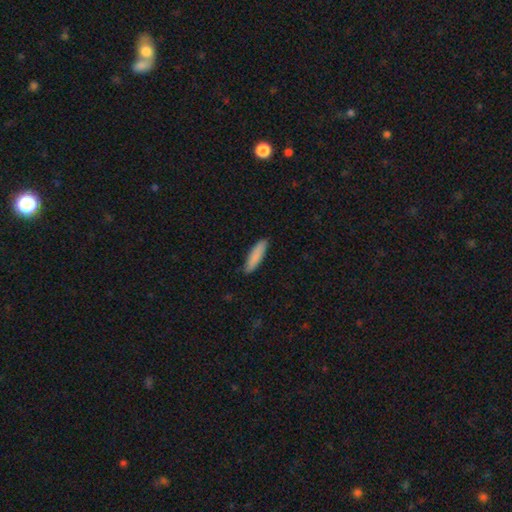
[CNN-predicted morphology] The model was most divided on "how rounded": cigar-shaped: 72%, in between: 26%, round: 1%. More confident: merging — none (86%); smooth or featured — smooth (86%).